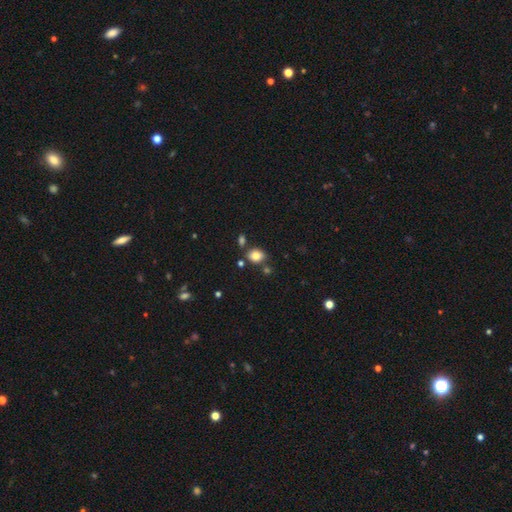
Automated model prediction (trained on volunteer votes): This appears to be a smooth galaxy with no disk features (81%) that is in between round and cigar-shaped (59%). Merging: none (74%).